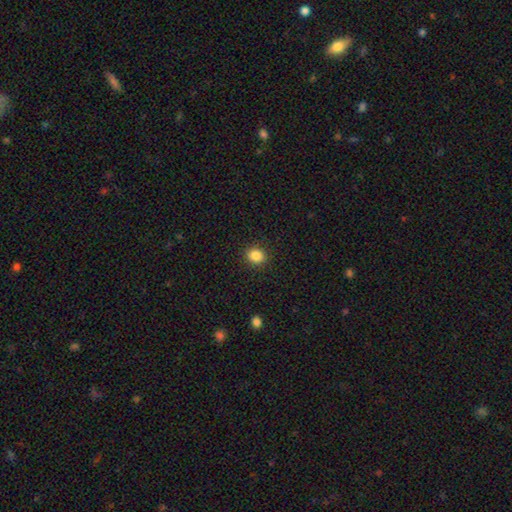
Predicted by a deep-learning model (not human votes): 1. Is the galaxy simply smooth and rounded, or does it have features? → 86% smooth, 10% star or artifact, 4% featured or disk.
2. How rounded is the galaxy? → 76% round, 23% in between, 1% cigar-shaped.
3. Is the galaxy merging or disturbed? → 91% none, 6% minor disturbance, 2% major disturbance, 1% merger.